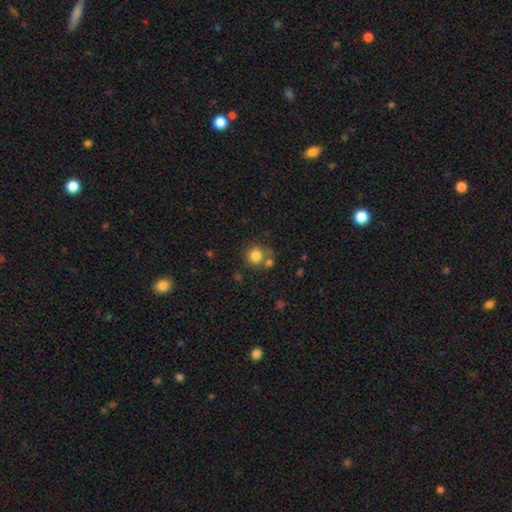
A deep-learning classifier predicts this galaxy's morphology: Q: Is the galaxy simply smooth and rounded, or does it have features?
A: smooth — 81%.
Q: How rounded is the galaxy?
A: round — 91%.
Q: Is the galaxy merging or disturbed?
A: none — 67%.